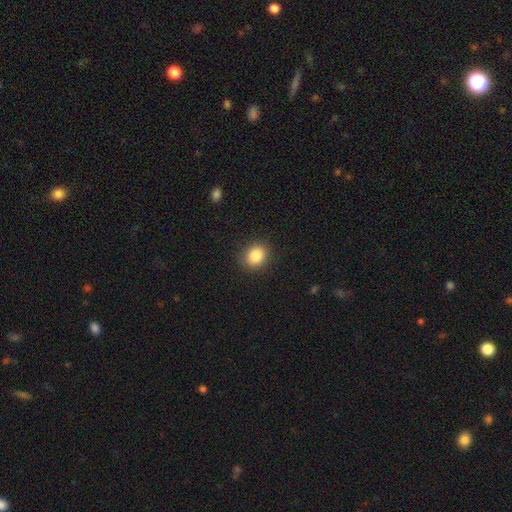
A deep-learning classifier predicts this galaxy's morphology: Smooth or featured? smooth (86%)
How rounded? round (69%)
Merging? none (88%)